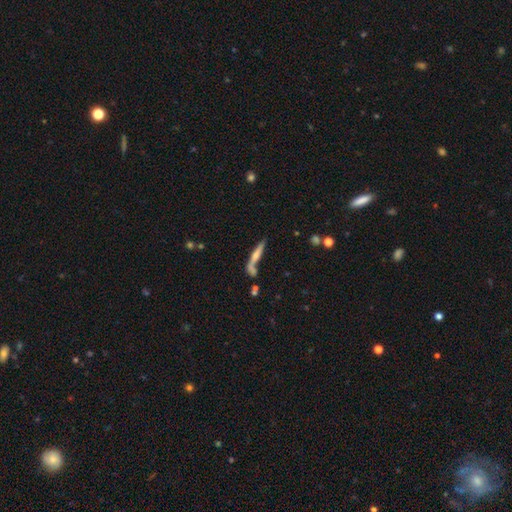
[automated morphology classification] This appears to be a featured or disk galaxy (55%) viewed edge-on (89%). Merging: none (53%).